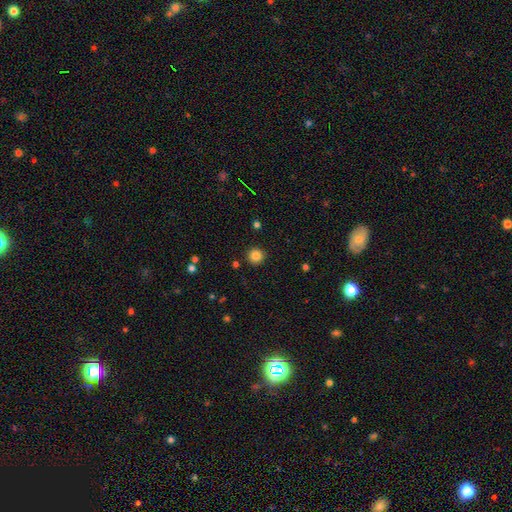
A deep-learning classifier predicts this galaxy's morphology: This appears to be a smooth galaxy with no disk features (84%) that is round (94%). Merging: none (91%).